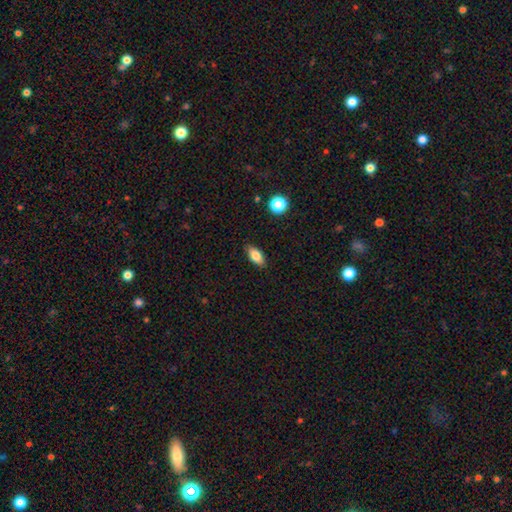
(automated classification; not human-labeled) Morphology: type=smooth (81%); roundness=in between (87%); merging=none (87%).